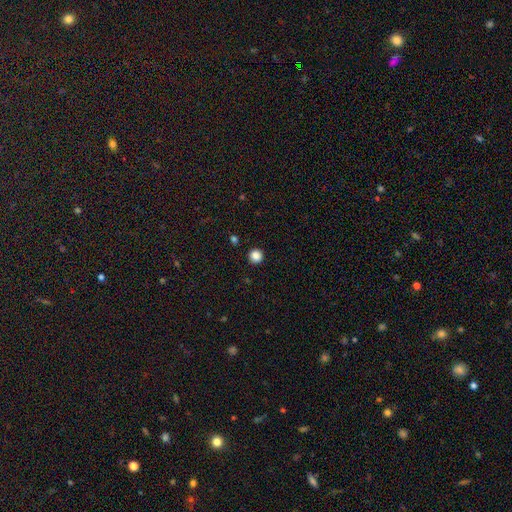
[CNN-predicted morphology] Q: Smooth or featured?
A: smooth (86%); runner-up: star or artifact (11%)
Q: How rounded?
A: round (95%); runner-up: in between (5%)
Q: Merging?
A: none (93%); runner-up: minor disturbance (4%)